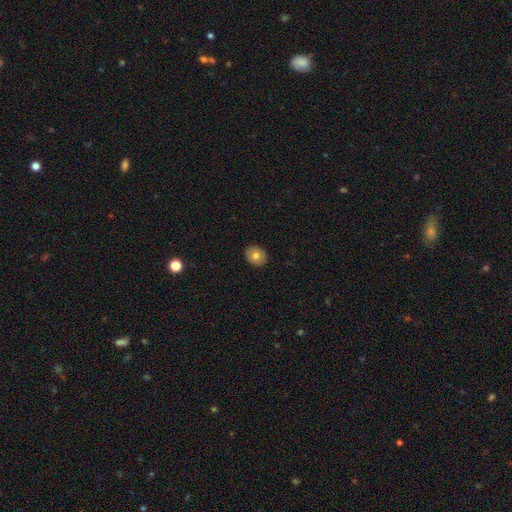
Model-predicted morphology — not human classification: Overall: smooth (77%). How rounded: round (61%; in between 38%). Merging: none (90%).